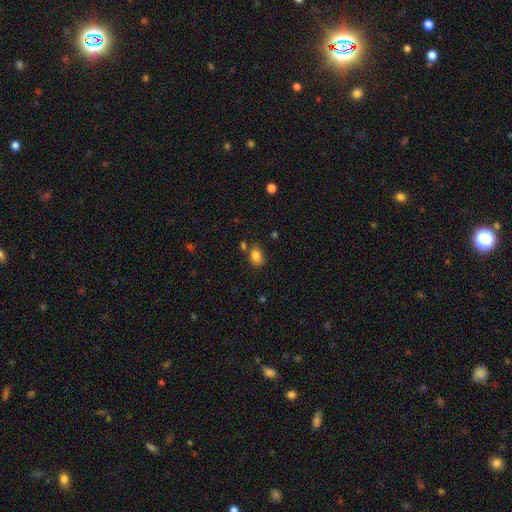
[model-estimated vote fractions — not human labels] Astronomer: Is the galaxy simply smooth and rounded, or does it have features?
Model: smooth — 83%.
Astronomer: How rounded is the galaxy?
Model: in between — 67%.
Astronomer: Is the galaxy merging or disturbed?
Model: none — 67%.